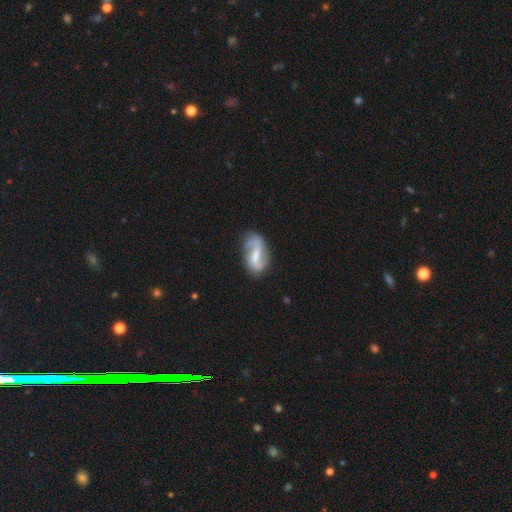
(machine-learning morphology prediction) Overall: featured or disk (66%; smooth 27%). Edge-on disk: no (96%). Bar: weak (47%; strong 36%). Spiral arms: yes (83%). Spiral arm count: 2 (79%). Spiral winding: loose (58%; medium 30%). Bulge size: moderate (39%; small 30%). Merging: none (62%; minor disturbance 24%).